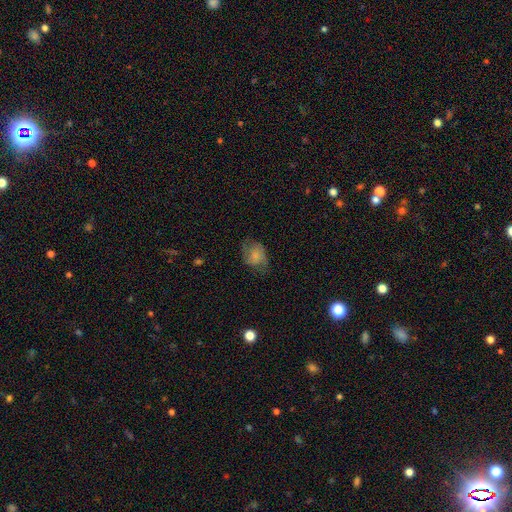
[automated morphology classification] The model was most divided on "smooth or featured": smooth: 53%, featured or disk: 39%, star or artifact: 9%. More confident: how rounded — in between (65%); merging — none (57%).